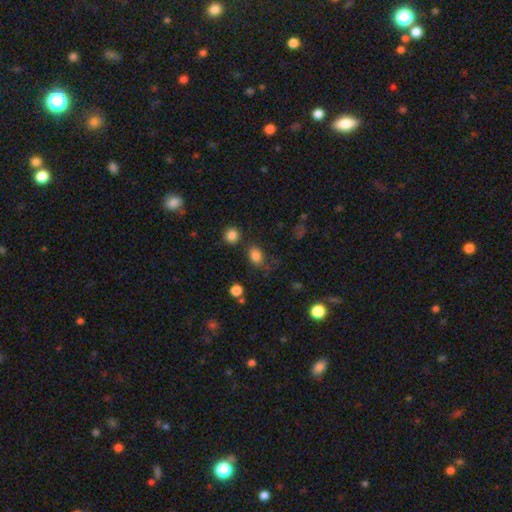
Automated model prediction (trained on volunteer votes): Overall: smooth (82%). How rounded: in between (68%; round 30%). Merging: none (65%).